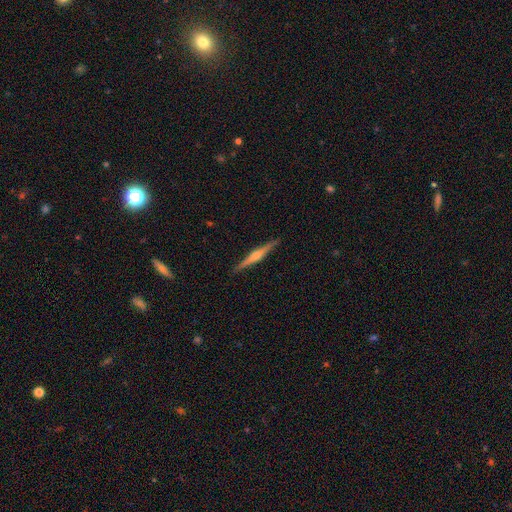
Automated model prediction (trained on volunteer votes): Smooth or featured? featured or disk (73%)
Edge-on disk? yes (98%)
Edge-on bulge? rounded (79%)
Merging? none (91%)